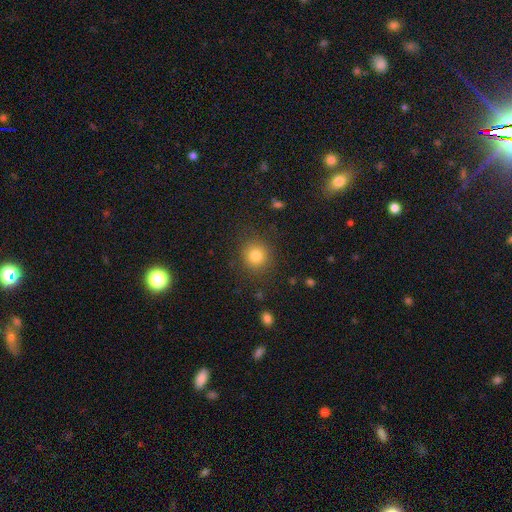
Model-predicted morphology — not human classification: Overall: smooth (81%). How rounded: round (91%). Merging: none (88%).